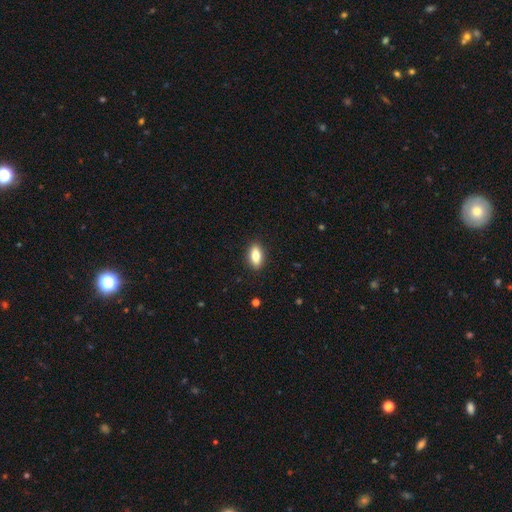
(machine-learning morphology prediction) Q: Smooth or featured?
A: smooth (81%); runner-up: featured or disk (12%)
Q: How rounded?
A: in between (84%); runner-up: cigar-shaped (12%)
Q: Merging?
A: none (89%); runner-up: minor disturbance (8%)